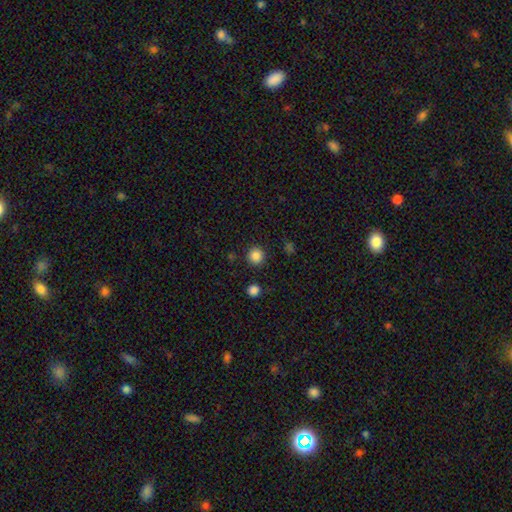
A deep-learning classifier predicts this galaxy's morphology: This appears to be a smooth galaxy with no disk features (86%) that is round (95%). Merging: none (91%).